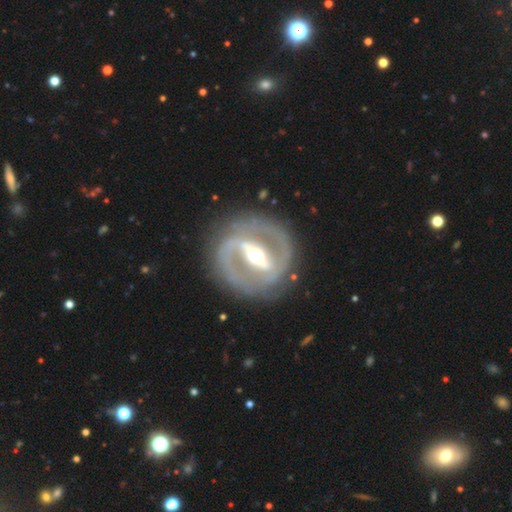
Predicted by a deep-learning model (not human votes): This appears to be a featured or disk galaxy (86%) with a strong bar (70%), 2 (82%) tight (43%) spiral arms (74%) and a moderate central bulge (69%). Merging: none (81%).